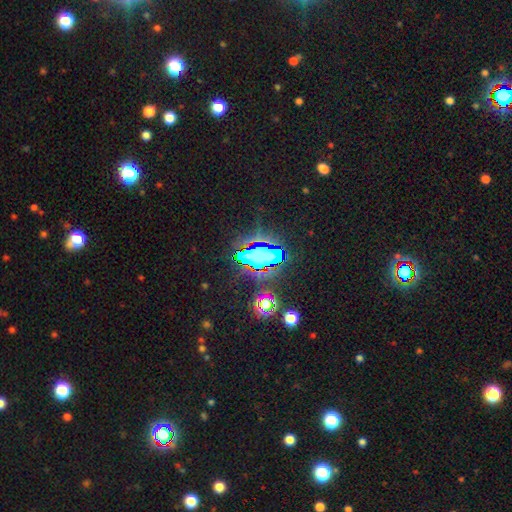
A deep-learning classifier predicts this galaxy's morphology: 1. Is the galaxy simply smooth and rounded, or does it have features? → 64% star or artifact, 23% smooth, 13% featured or disk.